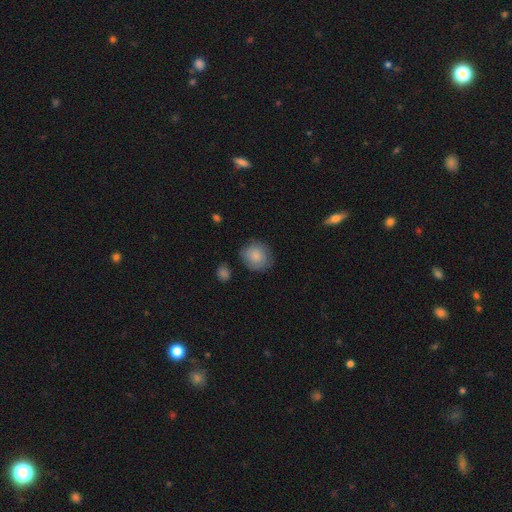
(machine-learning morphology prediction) smooth 83%, featured or disk 10%, star or artifact 7%. Down the decision tree: how rounded — round (82%); merging — none (76%).